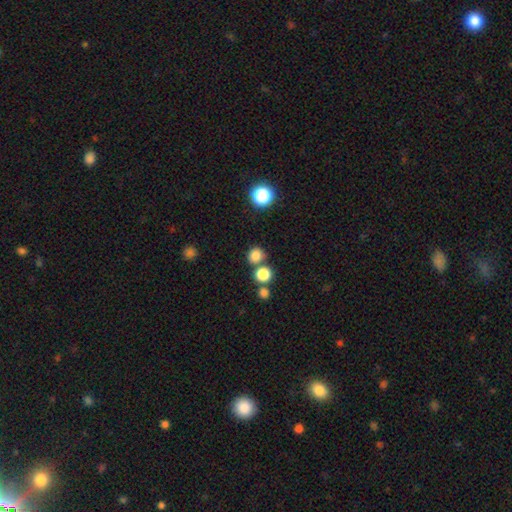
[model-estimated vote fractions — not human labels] smooth 81%, star or artifact 14%, featured or disk 5%. Down the decision tree: how rounded — round (88%); merging — none (69%).